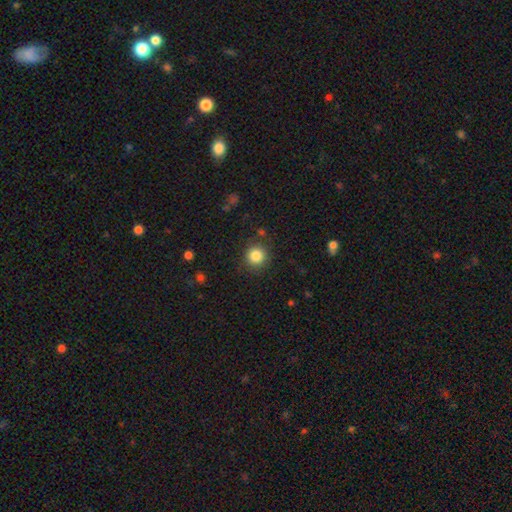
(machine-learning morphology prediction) This is clearly a smooth galaxy (84%). How rounded: clearly round (93%). Merging: clearly none (87%).